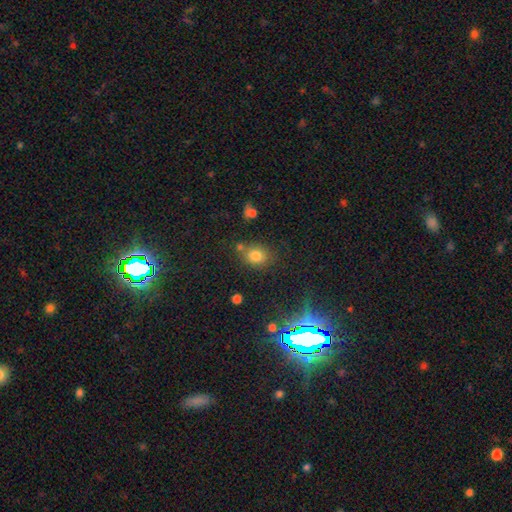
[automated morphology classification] smooth 77%, star or artifact 15%, featured or disk 8%. Down the decision tree: how rounded — round (59%); merging — none (69%).